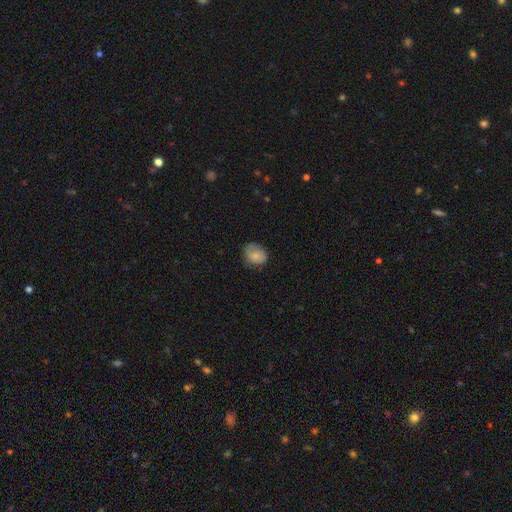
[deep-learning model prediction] This appears to be a smooth galaxy with no disk features (75%) that is in between round and cigar-shaped (50%). Merging: none (62%).